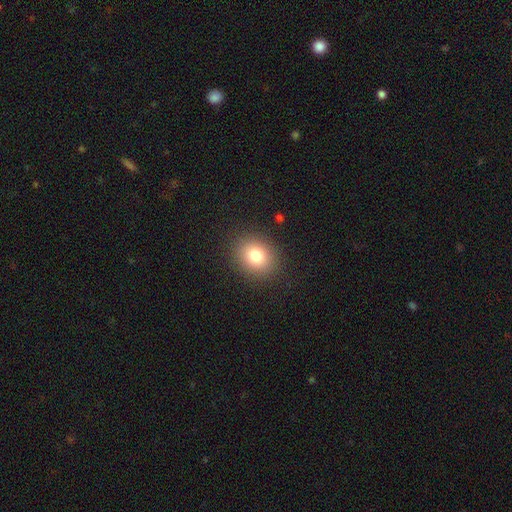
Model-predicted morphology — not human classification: A smooth galaxy with no disk features (79%) that is round (62%). Merging: none (89%).